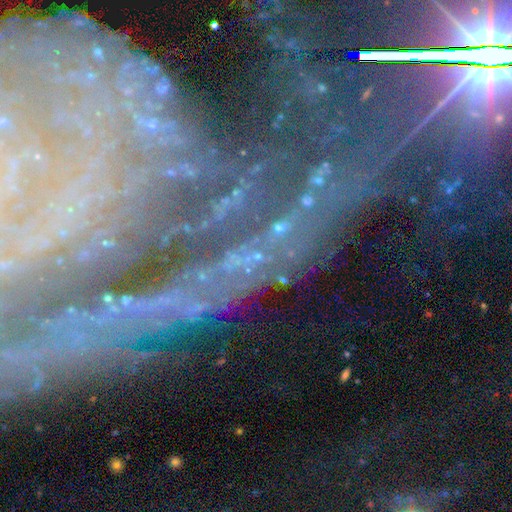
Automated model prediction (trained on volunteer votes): Q: Smooth or featured?
A: star or artifact (57%); runner-up: featured or disk (31%)